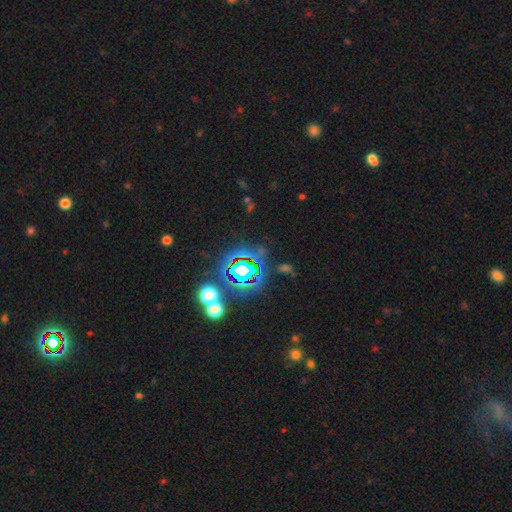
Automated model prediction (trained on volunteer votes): This appears to be a star or artifact, not a galaxy (79%).